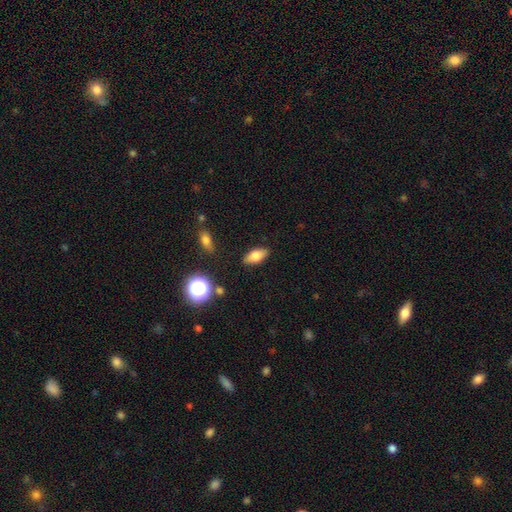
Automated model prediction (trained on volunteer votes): Smooth or featured? Predicted: smooth (p=0.72). How rounded? Predicted: in between (p=0.85). Merging? Predicted: none (p=0.85).